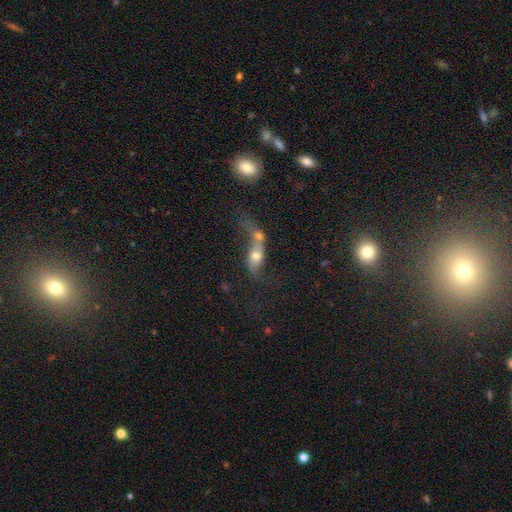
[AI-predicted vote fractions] Overall: smooth (48%; featured or disk 41%). Merging: merger (62%).